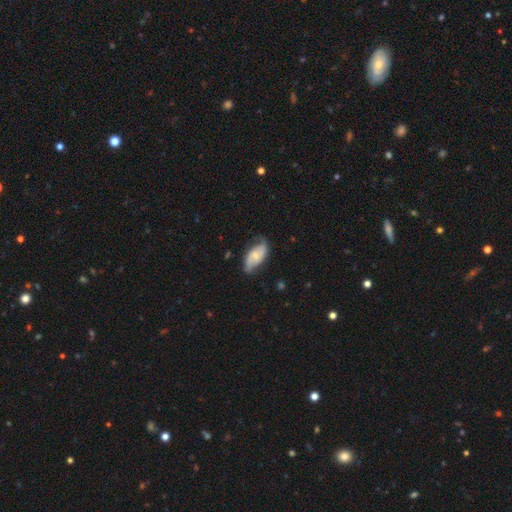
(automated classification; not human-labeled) A featured or disk galaxy (61%) with no bar (53%), 2 (84%) loose (46%) spiral arms (89%) and a small central bulge (50%). Merging: none (63%).